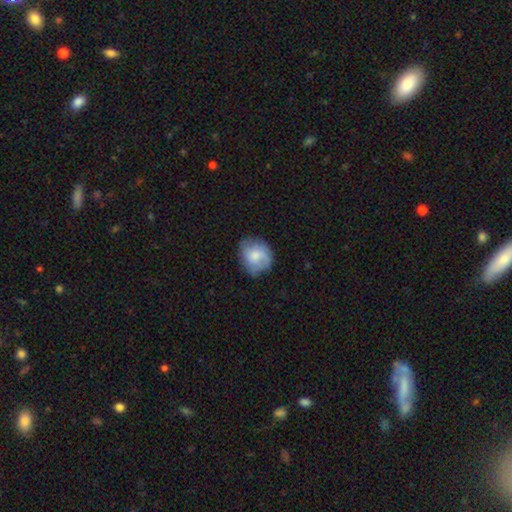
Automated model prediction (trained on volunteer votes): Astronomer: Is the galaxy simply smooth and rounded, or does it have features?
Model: smooth — 61%.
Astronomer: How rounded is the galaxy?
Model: round — 74%.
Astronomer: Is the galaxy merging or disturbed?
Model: none — 68%.